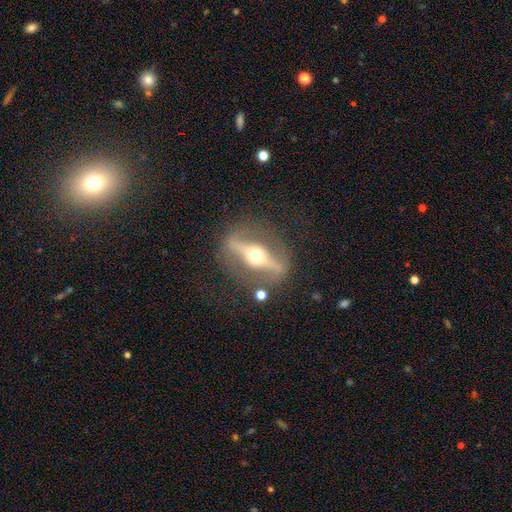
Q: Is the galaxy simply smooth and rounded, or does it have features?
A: featured or disk — 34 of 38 (89%).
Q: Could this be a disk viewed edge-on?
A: yes — 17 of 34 (50%, tied with no).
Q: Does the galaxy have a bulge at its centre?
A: rounded — 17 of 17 (100%).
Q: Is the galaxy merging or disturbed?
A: none — 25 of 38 (66%).